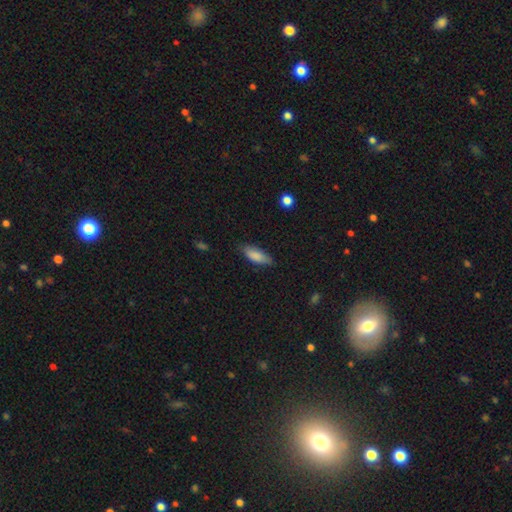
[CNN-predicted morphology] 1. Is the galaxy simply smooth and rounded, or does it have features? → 86% smooth, 8% featured or disk, 6% star or artifact.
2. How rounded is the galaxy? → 71% in between, 27% cigar-shaped, 2% round.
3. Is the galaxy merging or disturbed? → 78% none, 18% minor disturbance, 3% major disturbance, 1% merger.